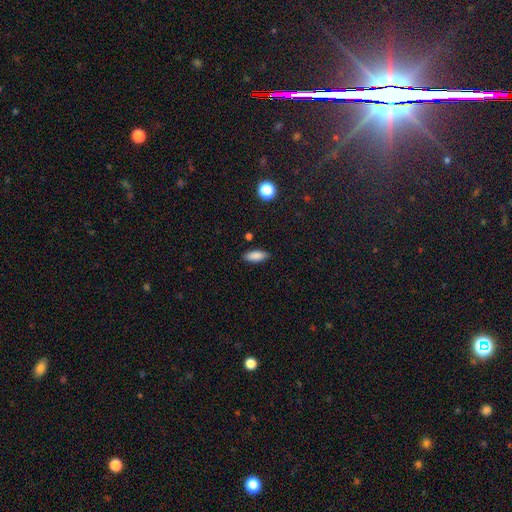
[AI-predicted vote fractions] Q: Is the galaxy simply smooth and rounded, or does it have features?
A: smooth — 86%.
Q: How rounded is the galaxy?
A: in between — 76%.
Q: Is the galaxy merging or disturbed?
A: none — 87%.